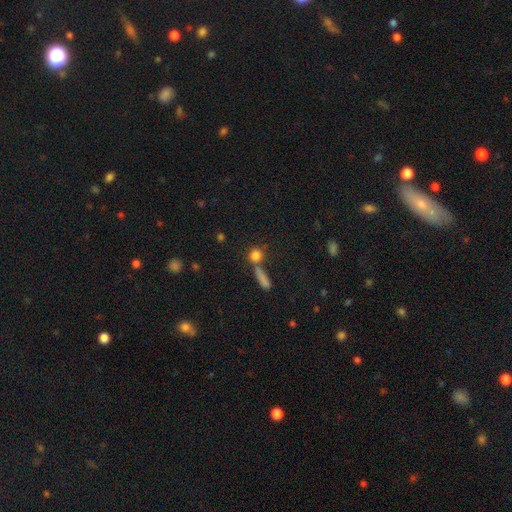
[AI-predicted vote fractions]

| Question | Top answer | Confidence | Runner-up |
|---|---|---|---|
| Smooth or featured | smooth | 78% | star or artifact (13%) |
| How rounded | round | 77% | in between (14%) |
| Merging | none | 60% | merger (25%) |